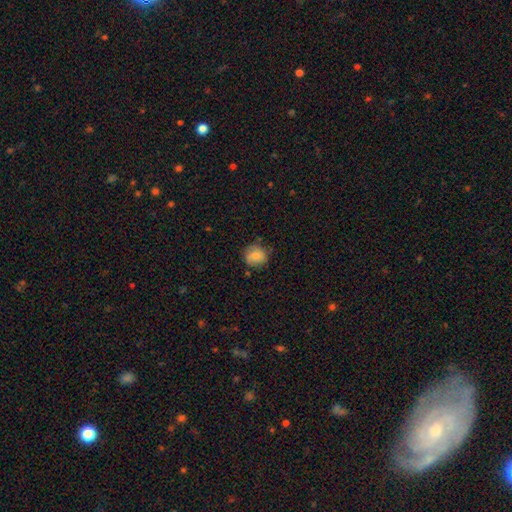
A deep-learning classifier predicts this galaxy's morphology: A smooth galaxy with no disk features (80%) that is round (81%).

Vote fractions:
- Smooth or featured? smooth: 80% / featured or disk: 12% / star or artifact: 9%
- How rounded? round: 81% / in between: 18% / cigar-shaped: 1%
- Merging? none: 75% / minor disturbance: 18% / major disturbance: 4% / merger: 2%